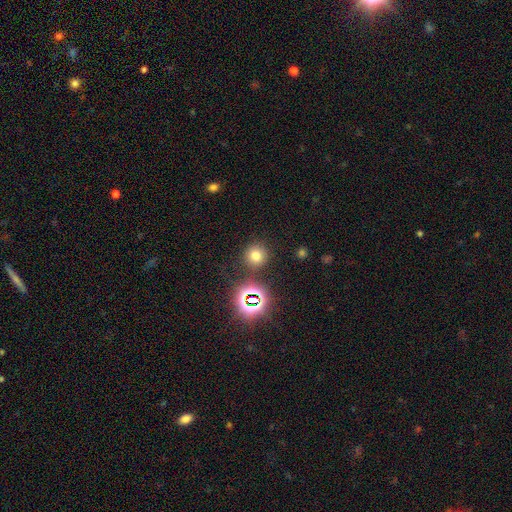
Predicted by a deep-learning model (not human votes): Q: Smooth or featured?
A: smooth (69%); runner-up: star or artifact (23%)
Q: How rounded?
A: round (92%); runner-up: in between (7%)
Q: Merging?
A: none (84%); runner-up: minor disturbance (8%)